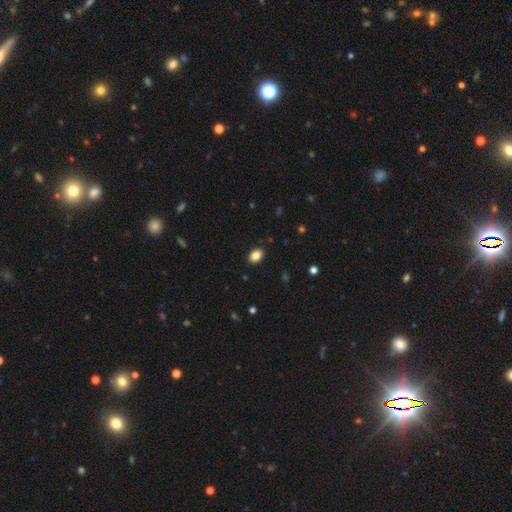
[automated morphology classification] A smooth galaxy with no disk features (85%) that is in between round and cigar-shaped (78%).

Vote fractions:
- Smooth or featured? smooth: 85% / star or artifact: 9% / featured or disk: 6%
- How rounded? in between: 78% / round: 21% / cigar-shaped: 1%
- Merging? none: 89% / minor disturbance: 8% / major disturbance: 2% / merger: 1%